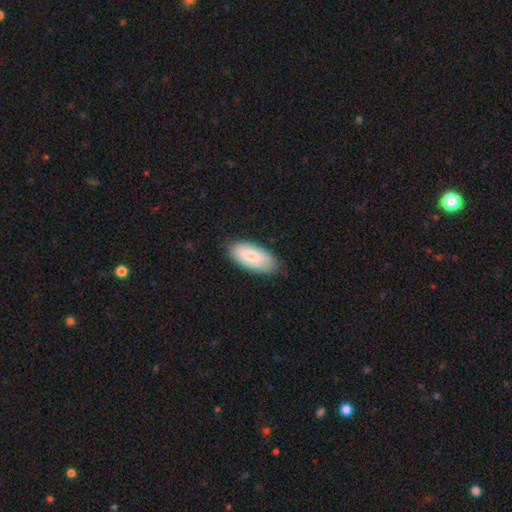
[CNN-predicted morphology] smooth-or-featured: smooth: 77% | featured or disk: 18% | star or artifact: 6%
  how-rounded: in between: 93% | cigar-shaped: 5% | round: 2%
  merging: none: 79% | minor disturbance: 17% | major disturbance: 3% | merger: 1%